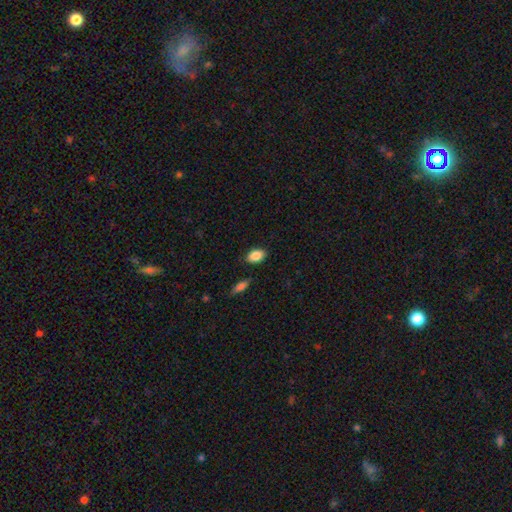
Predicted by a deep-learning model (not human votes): smooth-or-featured: smooth: 87% | star or artifact: 7% | featured or disk: 6%
  how-rounded: in between: 88% | round: 10% | cigar-shaped: 2%
  merging: none: 85% | minor disturbance: 11% | merger: 2% | major disturbance: 2%